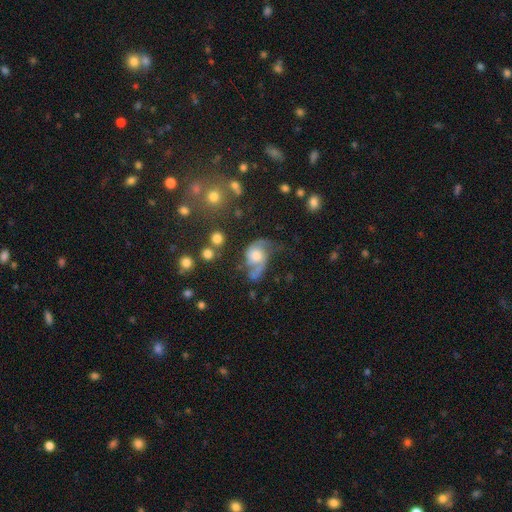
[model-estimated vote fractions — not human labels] A featured or disk galaxy (73%) with no bar (69%), 2 (76%) loose (43%) spiral arms (92%) and a moderate central bulge (43%).

Vote fractions:
- Smooth or featured? featured or disk: 73% / smooth: 18% / star or artifact: 9%
- Edge-on disk? no: 97% / yes: 3%
- Bar? no: 69% / weak: 27% / strong: 4%
- Spiral arms? yes: 92% / no: 8%
- Spiral winding? loose: 43% / medium: 42% / tight: 14%
- Spiral arm count? 2: 76% / 1: 12% / can't tell: 6% / 3: 3% / 4: 1% / more than 4: 1%
- Bulge size? moderate: 43% / large: 30% / small: 14% / none: 9% / dominant: 4%
- Merging? none: 42% / major disturbance: 27% / minor disturbance: 25% / merger: 7%